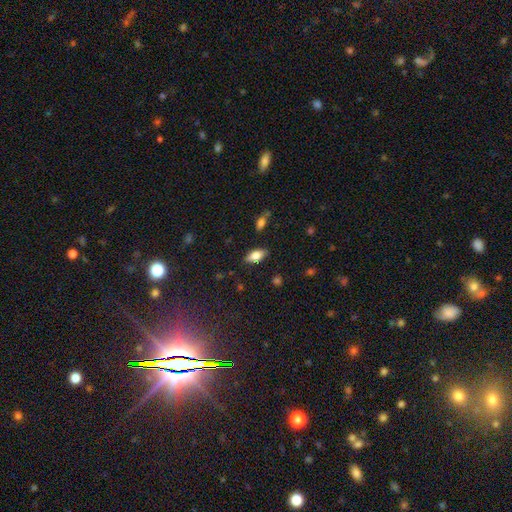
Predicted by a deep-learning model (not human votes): smooth_or_featured: smooth (p=0.70) [alt: featured or disk p=0.22]
how_rounded: in between (p=0.87) [alt: cigar-shaped p=0.09]
merging: none (p=0.84) [alt: minor disturbance p=0.12]